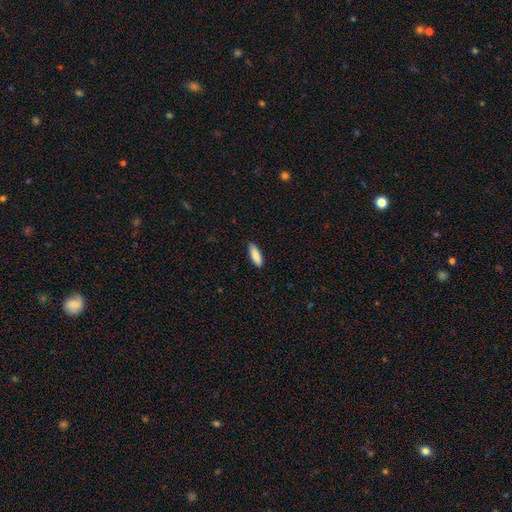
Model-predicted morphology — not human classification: Smooth or featured? smooth (88%)
How rounded? in between (60%)
Merging? none (85%)